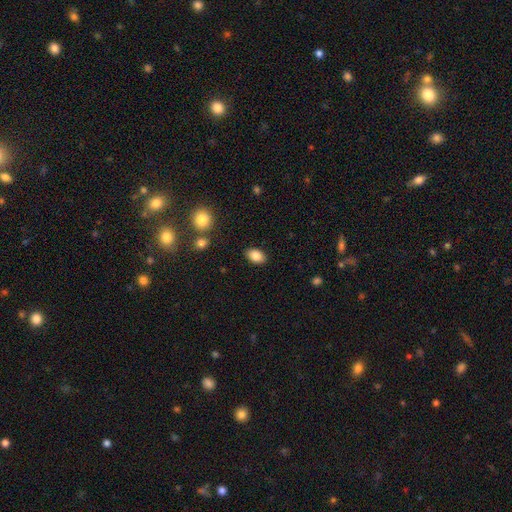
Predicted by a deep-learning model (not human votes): Q: Smooth or featured?
A: smooth (84%); runner-up: star or artifact (8%)
Q: How rounded?
A: in between (88%); runner-up: round (10%)
Q: Merging?
A: none (88%); runner-up: minor disturbance (8%)